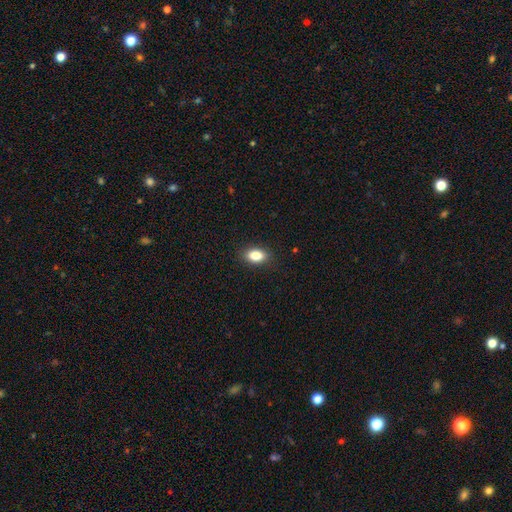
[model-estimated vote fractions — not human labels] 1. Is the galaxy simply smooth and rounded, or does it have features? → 85% smooth, 8% star or artifact, 6% featured or disk.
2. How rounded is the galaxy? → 88% in between, 10% round, 3% cigar-shaped.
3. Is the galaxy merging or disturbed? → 88% none, 9% minor disturbance, 2% major disturbance, 1% merger.